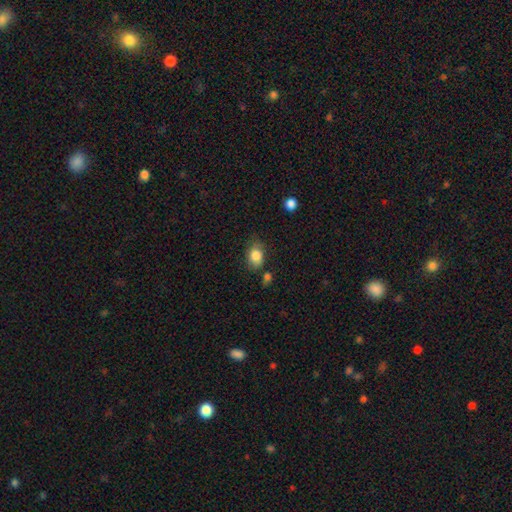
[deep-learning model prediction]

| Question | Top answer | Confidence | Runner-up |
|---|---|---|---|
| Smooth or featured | smooth | 85% | star or artifact (8%) |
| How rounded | in between | 70% | round (29%) |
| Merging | none | 65% | minor disturbance (23%) |